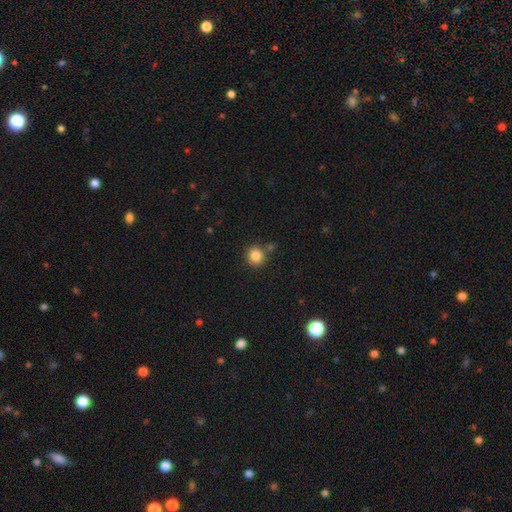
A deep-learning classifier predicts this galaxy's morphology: A smooth galaxy with no disk features (85%) that is round (90%). Merging: none (76%).